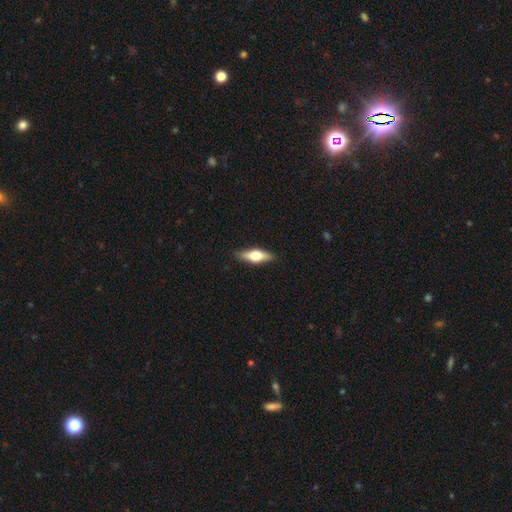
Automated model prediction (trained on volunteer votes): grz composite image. It shows a featured or disk galaxy (51%) viewed edge-on (91%). Merging: none (89%).